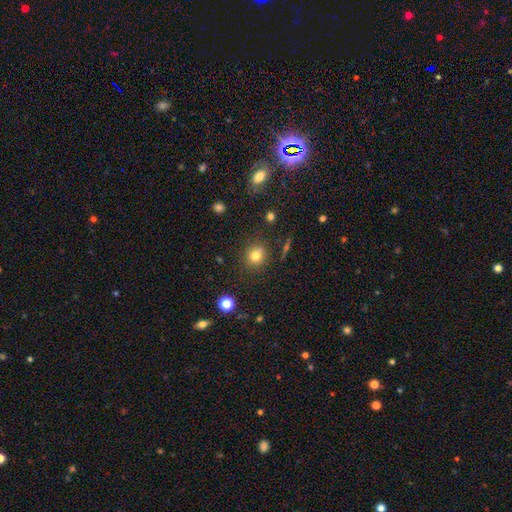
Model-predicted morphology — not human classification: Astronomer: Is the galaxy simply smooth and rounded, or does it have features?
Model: smooth — 77%.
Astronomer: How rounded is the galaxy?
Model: round — 84%.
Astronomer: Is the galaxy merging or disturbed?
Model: none — 78%.